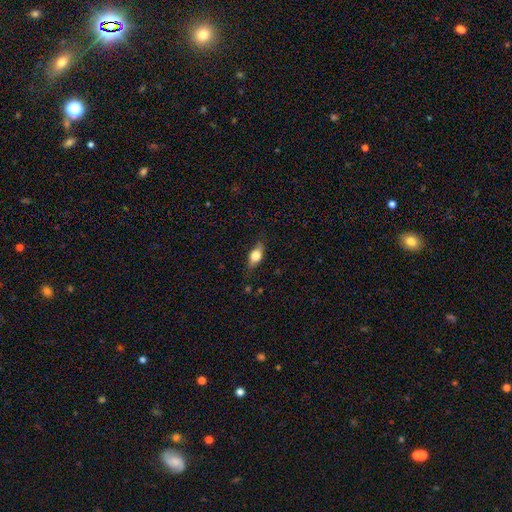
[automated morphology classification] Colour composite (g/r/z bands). It shows a smooth galaxy with no disk features (70%) that is in between round and cigar-shaped (79%). Merging: none (76%).